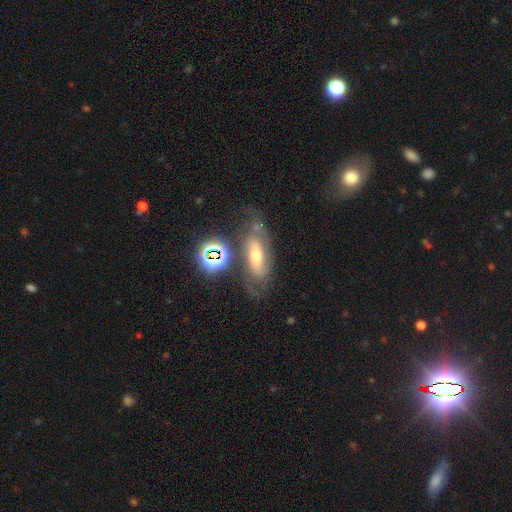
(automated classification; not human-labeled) smooth-or-featured: featured or disk: 66% | smooth: 20% | star or artifact: 15%
  disk-edge-on: no: 85% | yes: 15%
    bar: no: 48% | weak: 32% | strong: 20%
    has-spiral-arms: yes: 80% | no: 20%
    bulge-size: moderate: 59% | small: 31% | large: 6% | none: 2% | dominant: 2%
  merging: none: 60% | minor disturbance: 20% | major disturbance: 13% | merger: 8%